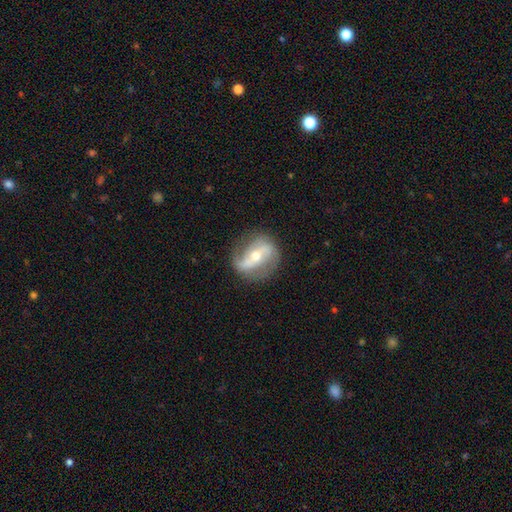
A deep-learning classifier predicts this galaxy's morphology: Overall: featured or disk (82%). Edge-on disk: no (94%). Bar: strong (47%; weak 29%). Spiral arms: yes (91%). Spiral arm count: 2 (85%). Spiral winding: loose (44%; medium 37%). Bulge size: moderate (56%; small 40%). Merging: none (76%).